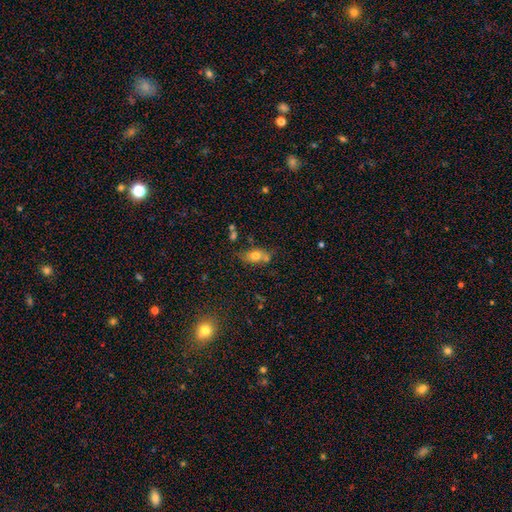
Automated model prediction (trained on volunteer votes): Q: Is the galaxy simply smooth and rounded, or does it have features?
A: smooth — 70%.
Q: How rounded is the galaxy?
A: in between — 79%.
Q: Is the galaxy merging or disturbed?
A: none — 52%.